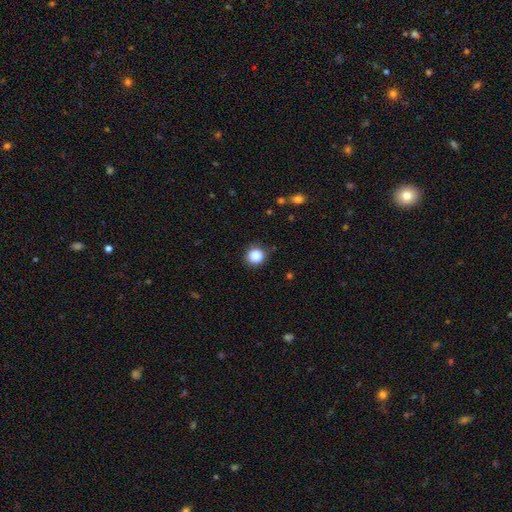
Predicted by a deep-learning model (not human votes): Morphology: type=smooth (87%); roundness=round (91%); merging=none (83%).